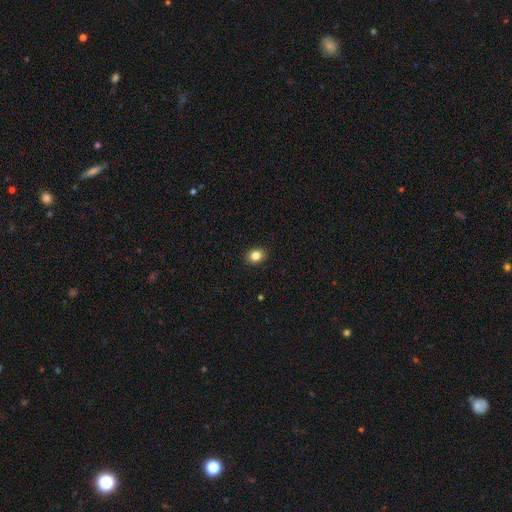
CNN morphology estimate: Smooth or featured?
  - smooth: 85% *
  - star or artifact: 10%
  - featured or disk: 5%
How rounded?
  - round: 51% *
  - in between: 48%
  - cigar-shaped: 1%
Merging?
  - none: 91% *
  - minor disturbance: 6%
  - major disturbance: 2%
  - merger: 1%